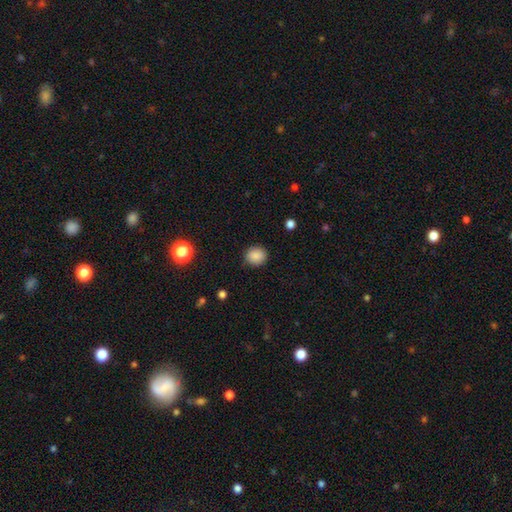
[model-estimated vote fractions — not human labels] Morphology: type=smooth (87%); roundness=round (81%); merging=none (88%).